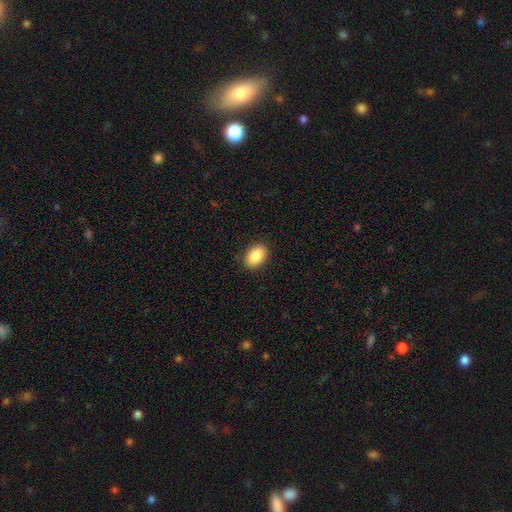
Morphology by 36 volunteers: Q: Smooth or featured?
A: smooth (92%); runner-up: star or artifact (6%)
Q: How rounded?
A: in between (79%); runner-up: round (21%)
Q: Merging?
A: none (88%); runner-up: minor disturbance (6%)